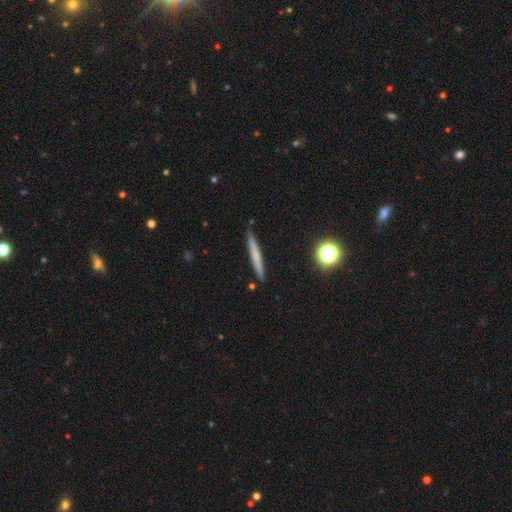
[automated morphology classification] The model was most divided on "smooth or featured": smooth: 60%, featured or disk: 32%, star or artifact: 9%. More confident: how rounded — cigar-shaped (95%); merging — none (90%).